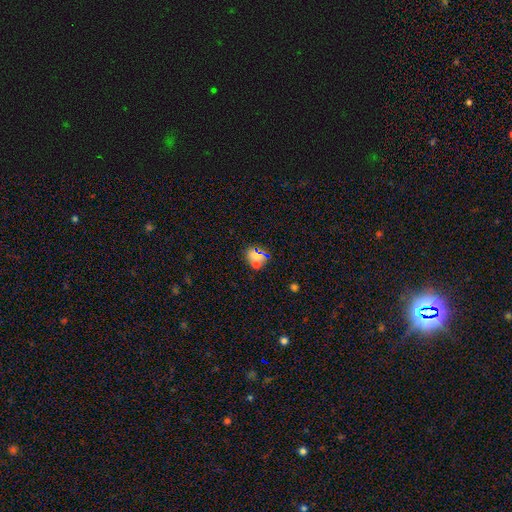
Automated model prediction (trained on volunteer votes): A smooth galaxy with no disk features (55%) that is round (77%).

Vote fractions:
- Smooth or featured? smooth: 55% / star or artifact: 33% / featured or disk: 12%
- How rounded? round: 77% / in between: 21% / cigar-shaped: 2%
- Merging? none: 75% / minor disturbance: 10% / merger: 9% / major disturbance: 5%